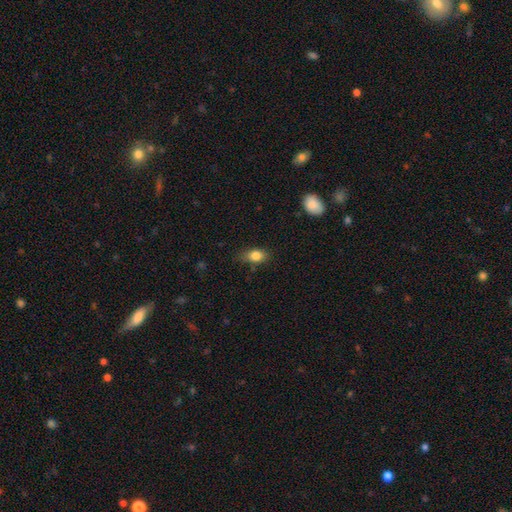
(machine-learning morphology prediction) This is clearly a smooth galaxy (83%). How rounded: likely in between (78%). Merging: likely none (71%).